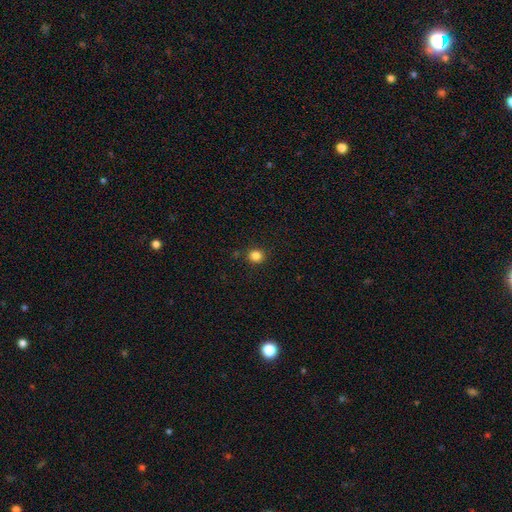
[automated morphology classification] The model was most divided on "smooth or featured": smooth: 84%, star or artifact: 12%, featured or disk: 4%. More confident: merging — none (89%); how rounded — round (87%).